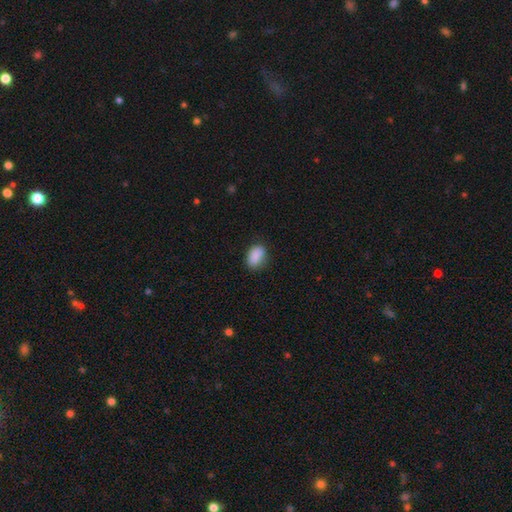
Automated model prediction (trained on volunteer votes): Smooth or featured?
  - smooth: 88% *
  - star or artifact: 8%
  - featured or disk: 4%
How rounded?
  - in between: 82% *
  - round: 17%
  - cigar-shaped: 2%
Merging?
  - none: 78% *
  - minor disturbance: 17%
  - major disturbance: 3%
  - merger: 1%